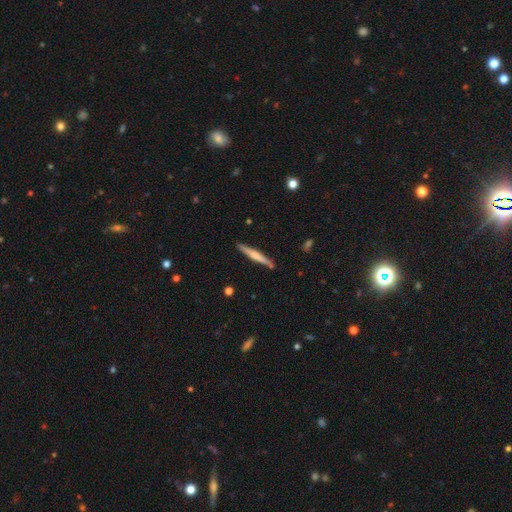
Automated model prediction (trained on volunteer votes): Smooth or featured? smooth (48%)
Merging? none (87%)